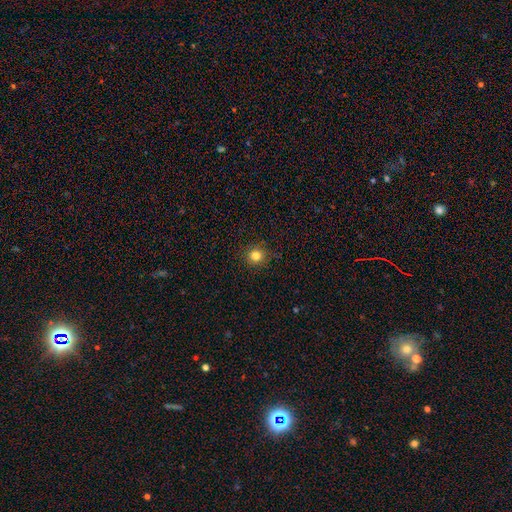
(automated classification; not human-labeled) This appears to be a smooth galaxy with no disk features (82%) that is round (93%). Merging: none (90%).